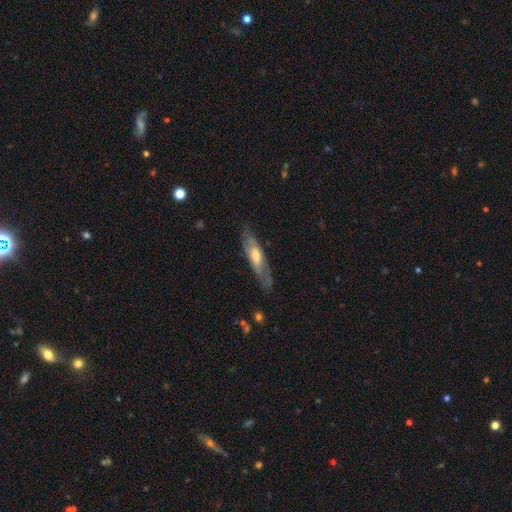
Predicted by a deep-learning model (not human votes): Smooth or featured? featured or disk (58%)
Edge-on disk? no (53%)
Merging? none (73%)